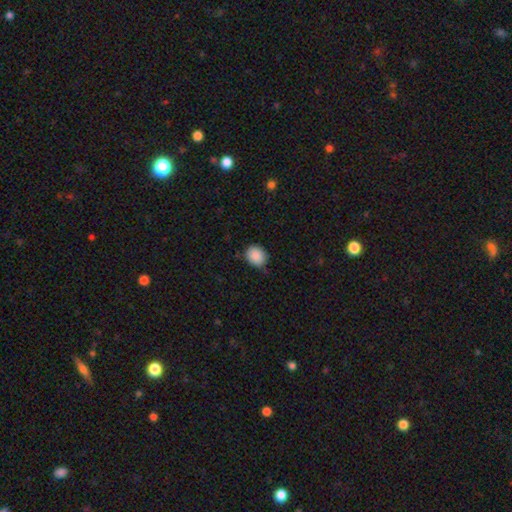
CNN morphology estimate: type=smooth (88%); roundness=round (62%); merging=none (73%).